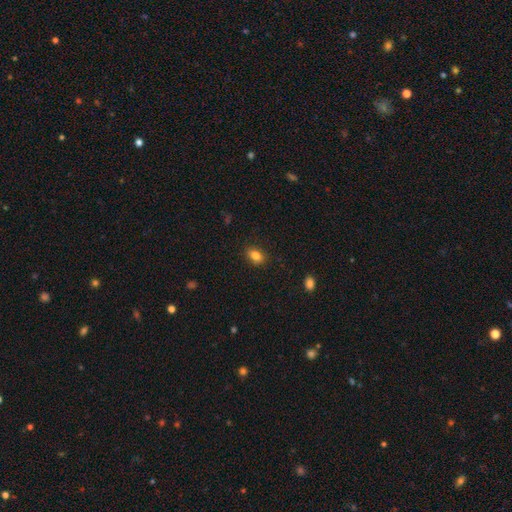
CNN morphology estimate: The model was most divided on "how rounded": in between: 82%, round: 16%, cigar-shaped: 2%. More confident: merging — none (85%); smooth or featured — smooth (85%).